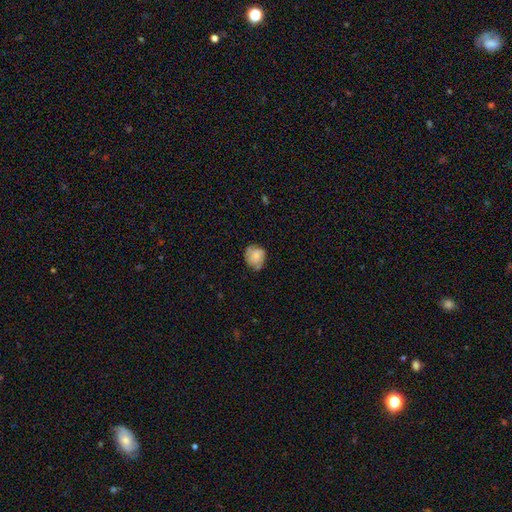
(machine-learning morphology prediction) Smooth or featured: smooth — 63% (featured or disk — 29%)
How rounded: round — 66% (in between — 33%)
Merging: none — 61% (minor disturbance — 29%)